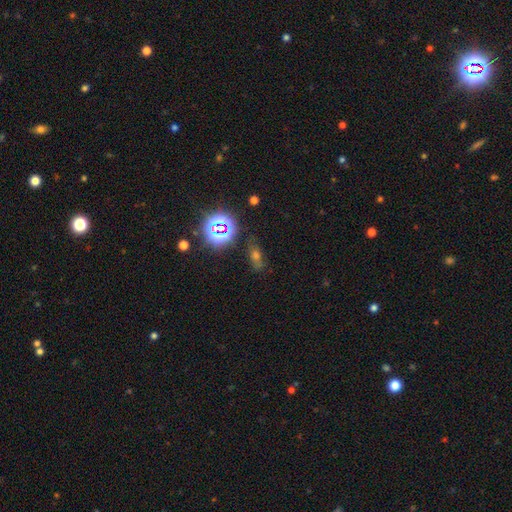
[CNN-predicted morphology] A star or artifact, not a galaxy (46%).